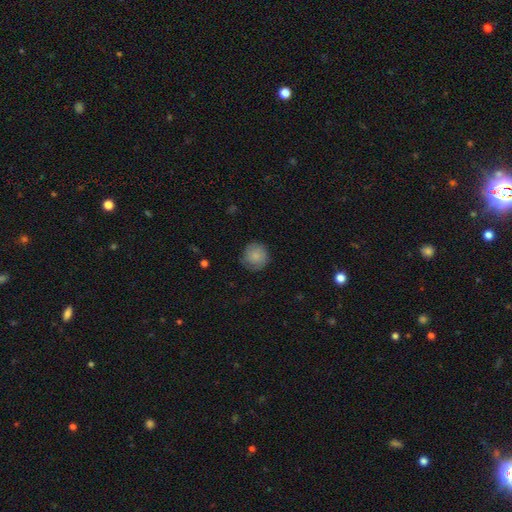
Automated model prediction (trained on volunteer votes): Smooth or featured? smooth (77%)
How rounded? round (92%)
Merging? none (76%)